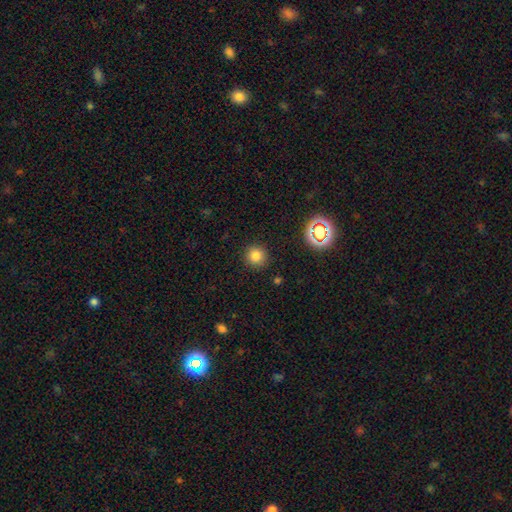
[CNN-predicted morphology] This is likely a smooth galaxy (79%). How rounded: clearly round (93%). Merging: clearly none (90%).